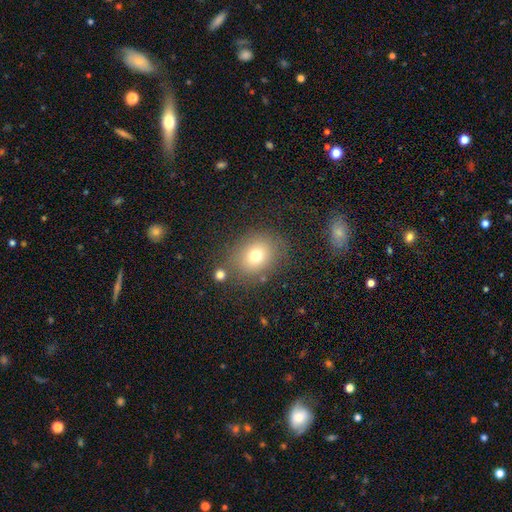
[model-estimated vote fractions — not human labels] Smooth or featured?
  - smooth: 73% *
  - star or artifact: 14%
  - featured or disk: 13%
How rounded?
  - round: 62% *
  - in between: 37%
  - cigar-shaped: 1%
Merging?
  - none: 75% *
  - minor disturbance: 13%
  - major disturbance: 6%
  - merger: 6%